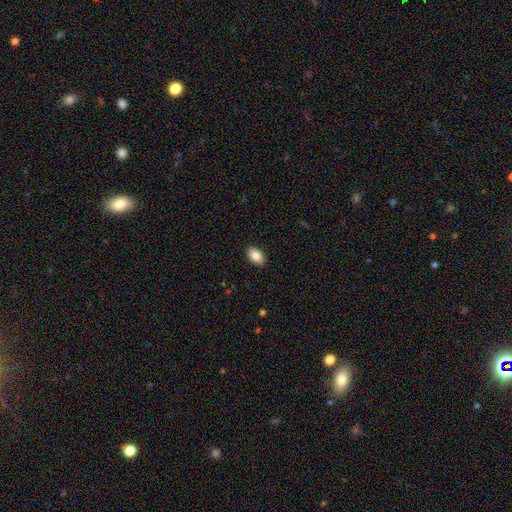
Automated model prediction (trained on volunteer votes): This appears to be a smooth galaxy with no disk features (87%) that is in between round and cigar-shaped (91%). Merging: none (90%).